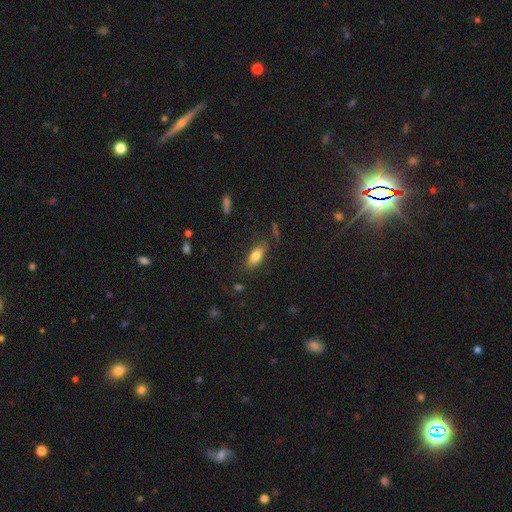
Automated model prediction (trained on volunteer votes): This appears to be a smooth galaxy with no disk features (78%) that is in between round and cigar-shaped (77%). Merging: none (79%).